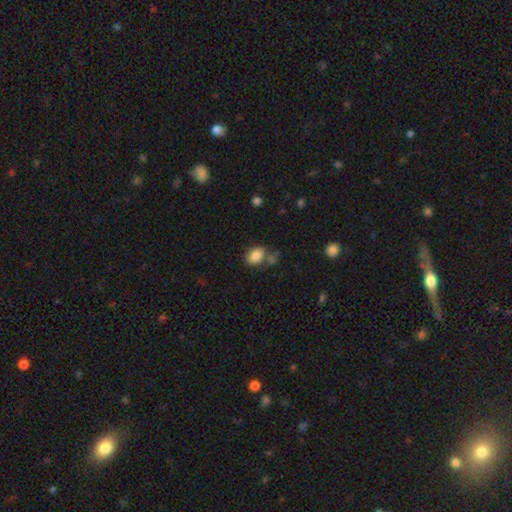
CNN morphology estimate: The model was most divided on "merging": none: 60%, minor disturbance: 17%, merger: 16%, major disturbance: 6%. More confident: smooth or featured — smooth (83%); how rounded — in between (76%).